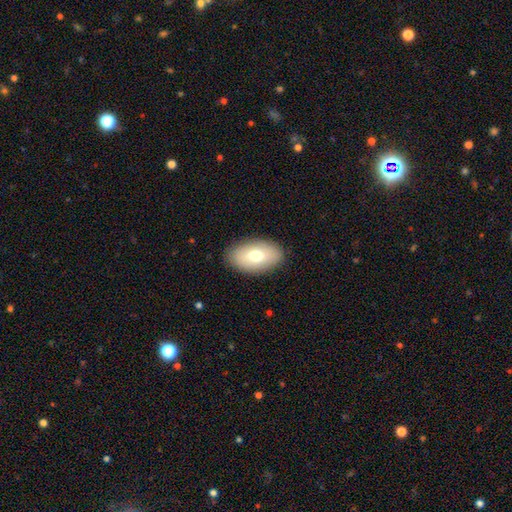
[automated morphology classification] Smooth or featured?
  - smooth: 72% *
  - featured or disk: 21%
  - star or artifact: 7%
How rounded?
  - in between: 93% *
  - round: 5%
  - cigar-shaped: 2%
Merging?
  - none: 87% *
  - minor disturbance: 10%
  - major disturbance: 3%
  - merger: 1%